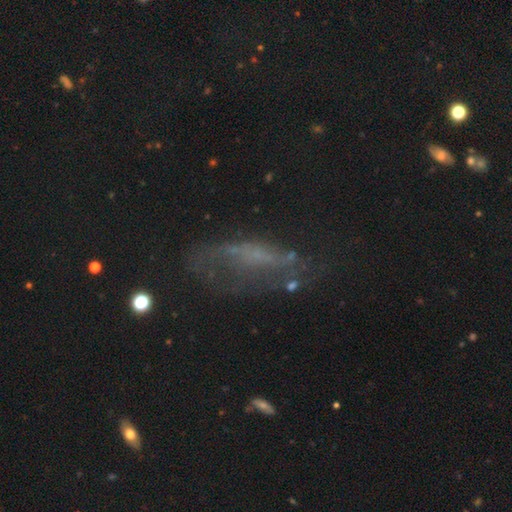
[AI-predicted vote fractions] This appears to be a featured or disk galaxy (51%). Merging: none (43%).